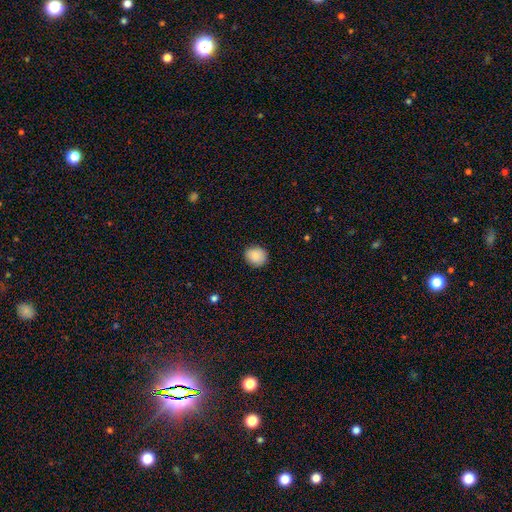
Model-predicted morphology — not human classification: Overall: smooth (88%). How rounded: round (77%). Merging: none (89%).